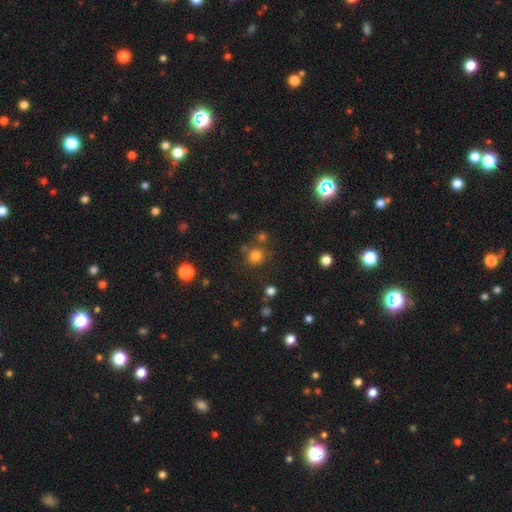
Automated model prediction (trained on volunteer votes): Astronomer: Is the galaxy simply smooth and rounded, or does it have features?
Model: smooth — 76%.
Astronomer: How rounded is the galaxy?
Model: round — 89%.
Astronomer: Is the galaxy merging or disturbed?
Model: none — 75%.